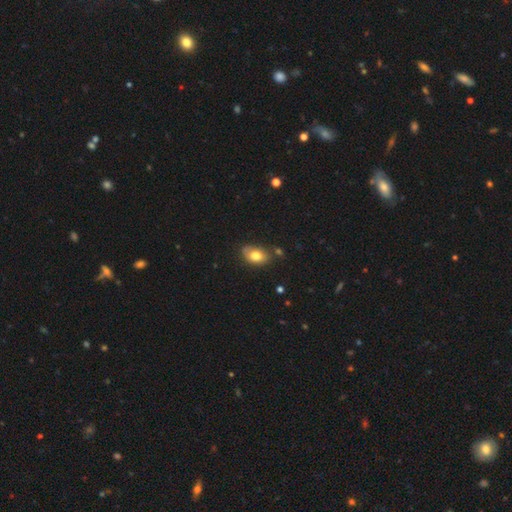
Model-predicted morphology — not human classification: Smooth or featured? Predicted: smooth (p=0.76). How rounded? Predicted: in between (p=0.86). Merging? Predicted: none (p=0.63).